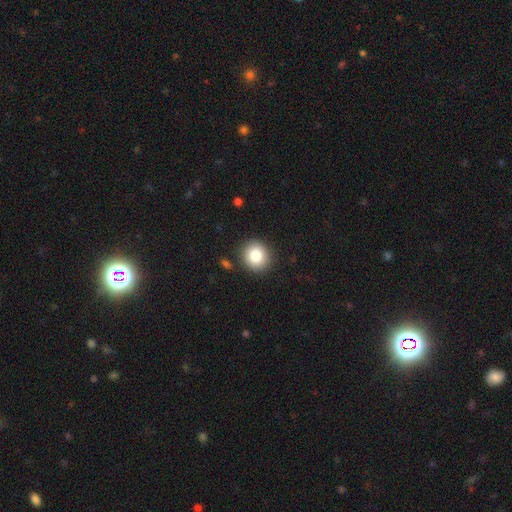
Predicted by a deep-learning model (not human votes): Q: Smooth or featured?
A: smooth (84%); runner-up: star or artifact (9%)
Q: How rounded?
A: round (86%); runner-up: in between (13%)
Q: Merging?
A: none (88%); runner-up: minor disturbance (7%)